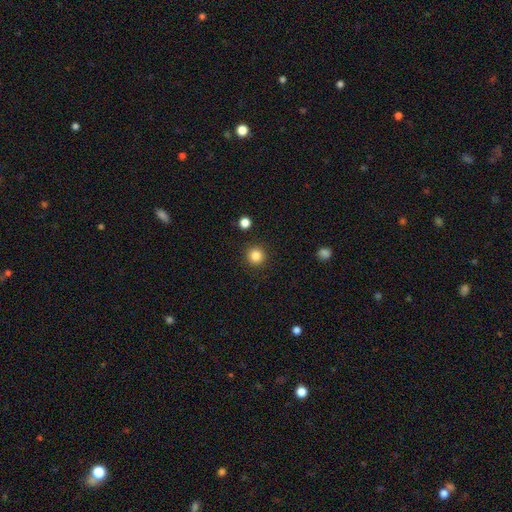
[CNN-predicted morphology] smooth_or_featured: smooth (p=0.85) [alt: star or artifact p=0.11]
how_rounded: round (p=0.95) [alt: in between p=0.04]
merging: none (p=0.91) [alt: minor disturbance p=0.05]